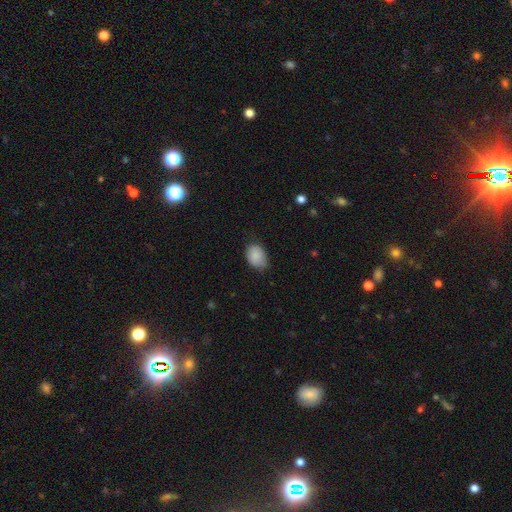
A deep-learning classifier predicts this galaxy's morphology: This is clearly a smooth galaxy (87%). How rounded: likely in between (73%). Merging: likely none (65%).